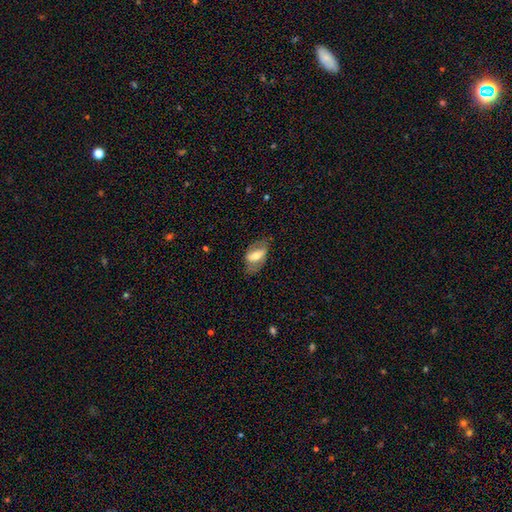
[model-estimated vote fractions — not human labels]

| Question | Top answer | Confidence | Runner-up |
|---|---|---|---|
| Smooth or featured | featured or disk | 48% | smooth (45%) |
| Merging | none | 70% | minor disturbance (20%) |